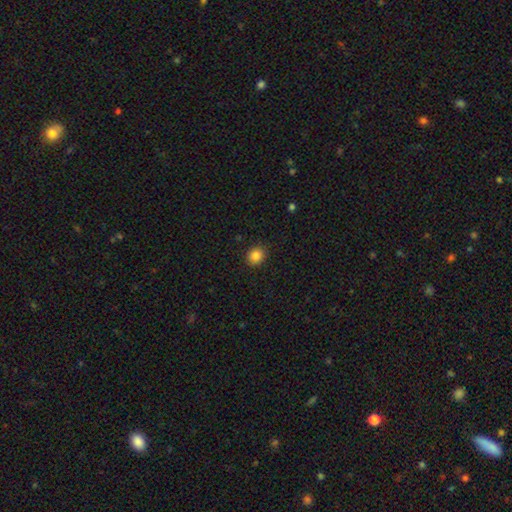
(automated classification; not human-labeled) Q: Smooth or featured?
A: smooth (85%); runner-up: star or artifact (10%)
Q: How rounded?
A: round (78%); runner-up: in between (21%)
Q: Merging?
A: none (90%); runner-up: minor disturbance (7%)